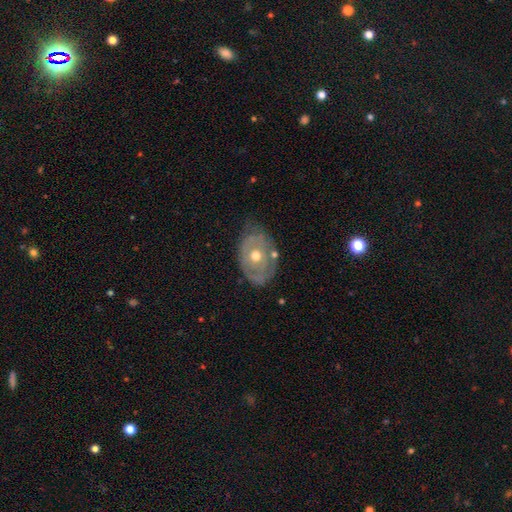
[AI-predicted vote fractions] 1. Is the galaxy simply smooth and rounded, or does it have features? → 62% featured or disk, 32% smooth, 6% star or artifact.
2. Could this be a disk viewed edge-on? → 94% no, 6% yes.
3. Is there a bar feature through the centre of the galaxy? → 88% no, 10% weak, 2% strong.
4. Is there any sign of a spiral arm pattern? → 62% no, 38% yes.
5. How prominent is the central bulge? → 78% moderate, 16% small, 4% large, 1% none, 1% dominant.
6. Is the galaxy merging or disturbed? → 56% none, 30% minor disturbance, 10% major disturbance, 4% merger.